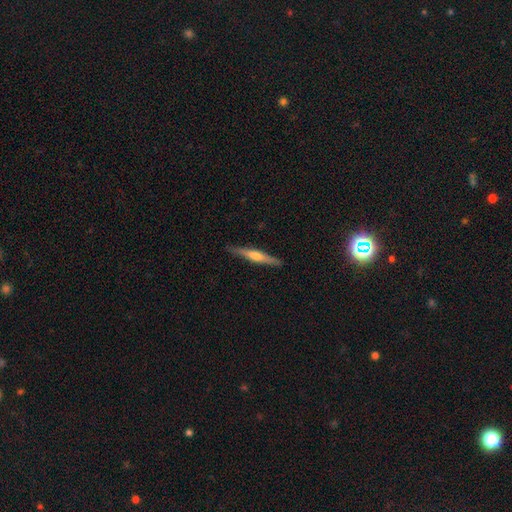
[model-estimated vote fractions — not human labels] A featured or disk galaxy (60%) viewed edge-on (97%) with a rounded central bulge (75%). Merging: none (89%).